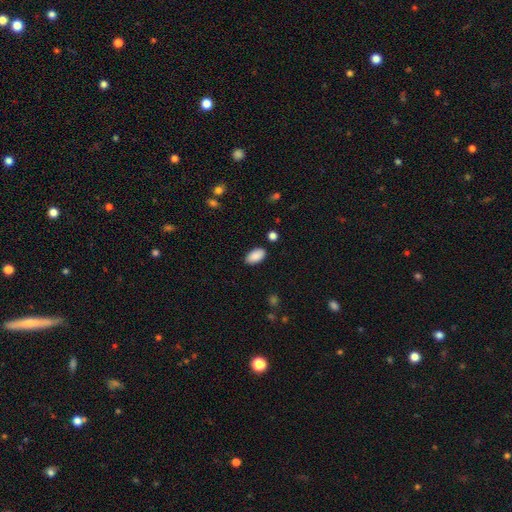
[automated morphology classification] Q: Smooth or featured?
A: smooth (89%); runner-up: star or artifact (7%)
Q: How rounded?
A: in between (95%); runner-up: round (3%)
Q: Merging?
A: none (85%); runner-up: minor disturbance (10%)